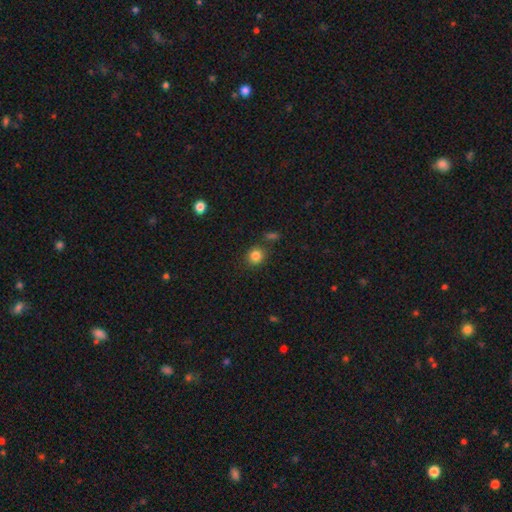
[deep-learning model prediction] Smooth or featured? smooth (84%)
How rounded? round (84%)
Merging? none (81%)